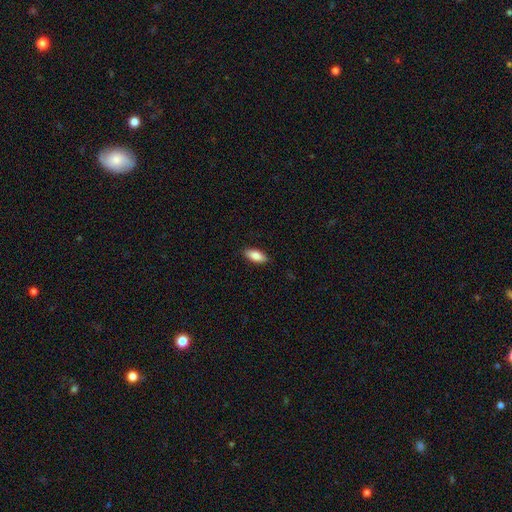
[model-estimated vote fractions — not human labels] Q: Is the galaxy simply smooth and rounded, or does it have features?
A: smooth — 85%.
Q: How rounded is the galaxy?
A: in between — 86%.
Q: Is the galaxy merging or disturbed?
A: none — 89%.